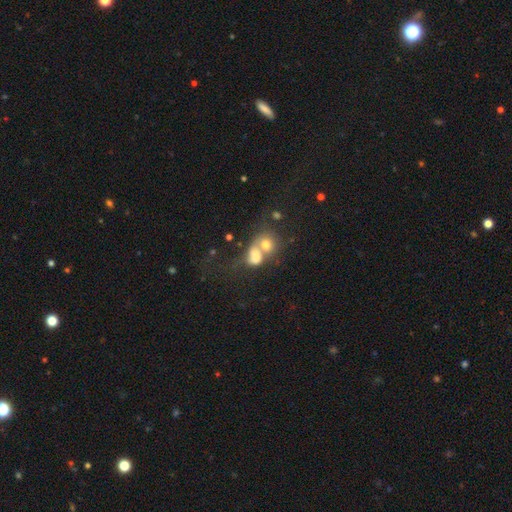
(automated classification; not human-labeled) smooth_or_featured: smooth (p=0.65) [alt: featured or disk p=0.23]
how_rounded: in between (p=0.51) [alt: round p=0.47]
merging: merger (p=0.69) [alt: none p=0.15]